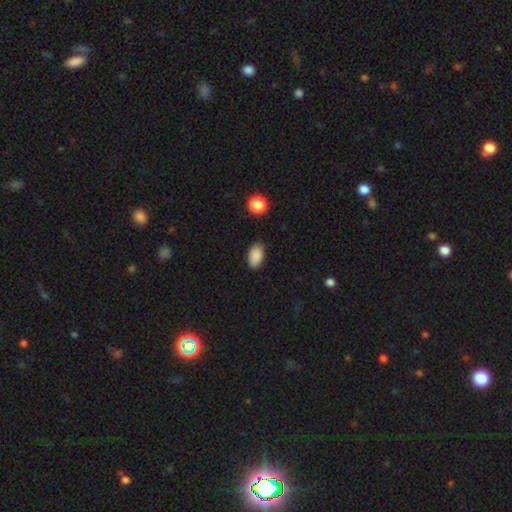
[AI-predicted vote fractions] A smooth galaxy with no disk features (88%) that is in between round and cigar-shaped (91%). Merging: none (80%).